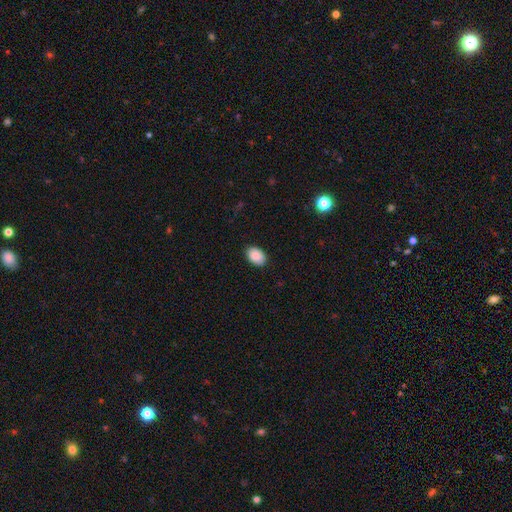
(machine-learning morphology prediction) This is clearly a smooth galaxy (89%). How rounded: clearly in between (86%). Merging: clearly none (89%).